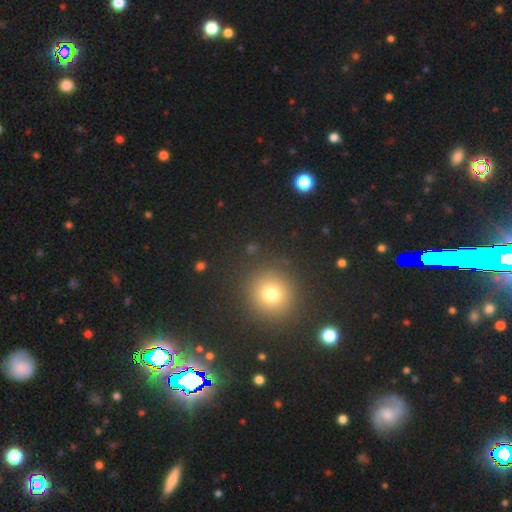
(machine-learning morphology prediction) A smooth galaxy with no disk features (50%) that is round (92%).

Vote fractions:
- Smooth or featured? smooth: 50% / star or artifact: 40% / featured or disk: 10%
- How rounded? round: 92% / in between: 6% / cigar-shaped: 1%
- Merging? none: 90% / minor disturbance: 5% / major disturbance: 2% / merger: 2%